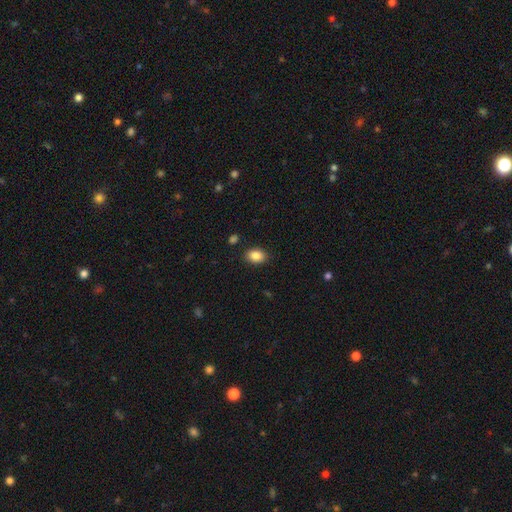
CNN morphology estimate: The model was most divided on "how rounded": in between: 76%, round: 23%, cigar-shaped: 1%. More confident: merging — none (88%); smooth or featured — smooth (86%).